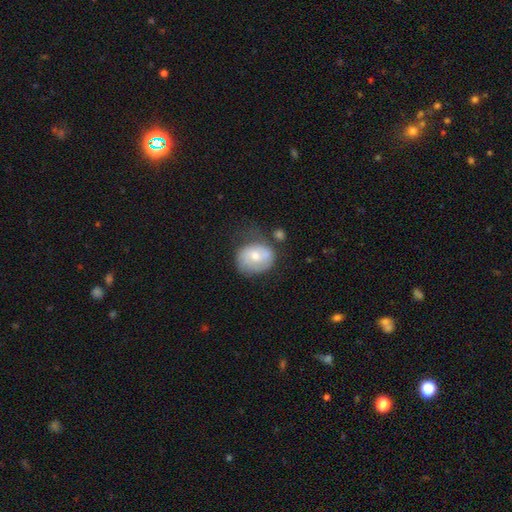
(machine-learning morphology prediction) Smooth or featured? Predicted: smooth (p=0.57). How rounded? Predicted: round (p=0.57). Merging? Predicted: none (p=0.45).